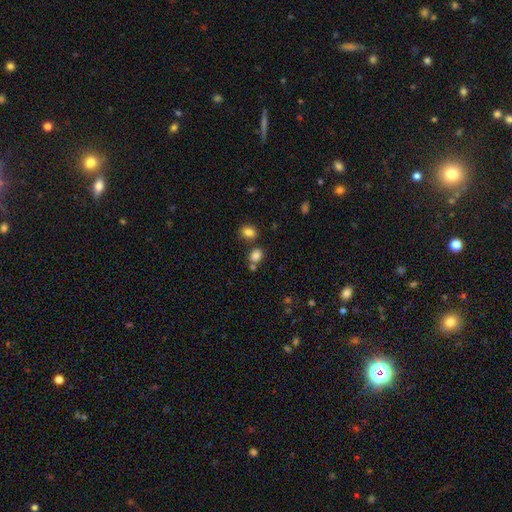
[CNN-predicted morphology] Smooth or featured? smooth (83%)
How rounded? in between (59%)
Merging? none (63%)